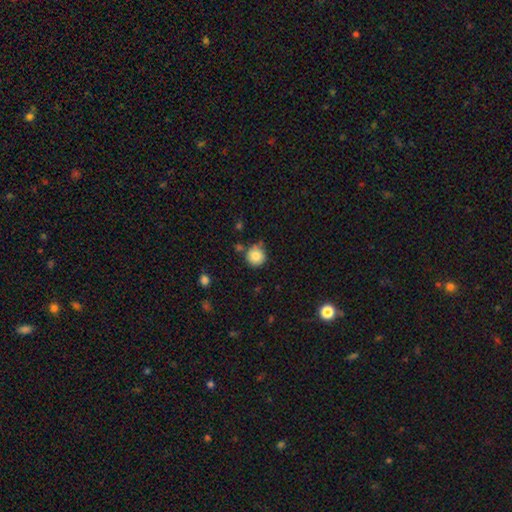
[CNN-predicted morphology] The model was most divided on "merging": none: 75%, minor disturbance: 15%, merger: 7%, major disturbance: 3%. More confident: how rounded — round (93%); smooth or featured — smooth (84%).